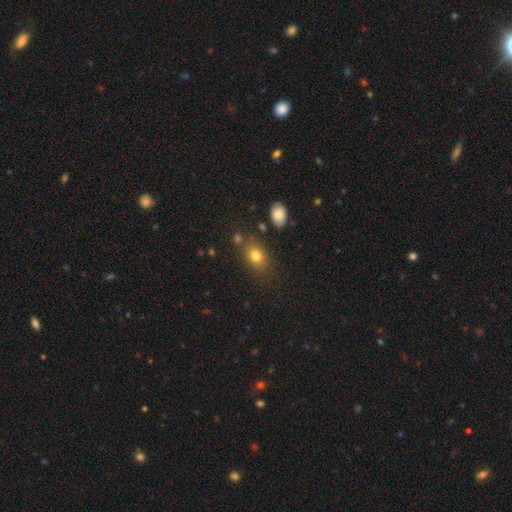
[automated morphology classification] Smooth or featured?
  - smooth: 78% *
  - star or artifact: 12%
  - featured or disk: 10%
How rounded?
  - in between: 66% *
  - round: 32%
  - cigar-shaped: 2%
Merging?
  - none: 73% *
  - minor disturbance: 15%
  - merger: 7%
  - major disturbance: 6%